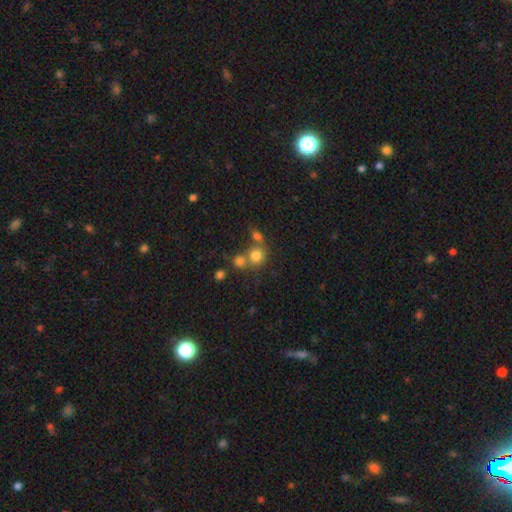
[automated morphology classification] Q: Smooth or featured?
A: smooth (77%); runner-up: star or artifact (13%)
Q: How rounded?
A: round (83%); runner-up: in between (15%)
Q: Merging?
A: none (48%); runner-up: merger (38%)